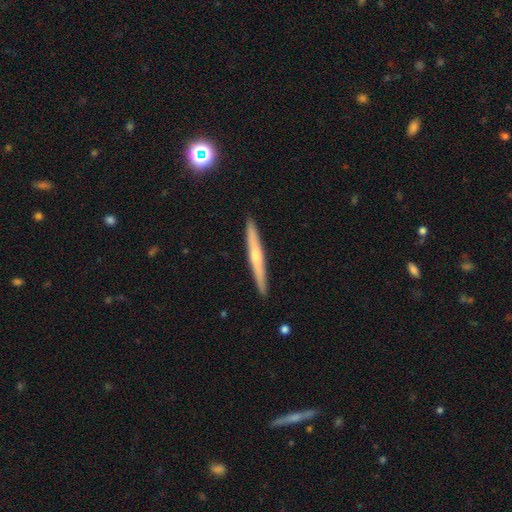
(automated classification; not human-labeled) Smooth or featured? featured or disk (55%)
Edge-on disk? yes (97%)
Edge-on bulge? rounded (64%)
Merging? none (92%)